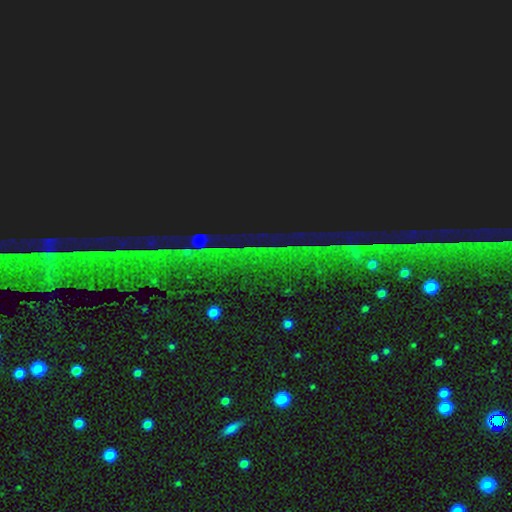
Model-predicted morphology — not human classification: Smooth or featured?
  - star or artifact: 87% *
  - featured or disk: 7%
  - smooth: 6%